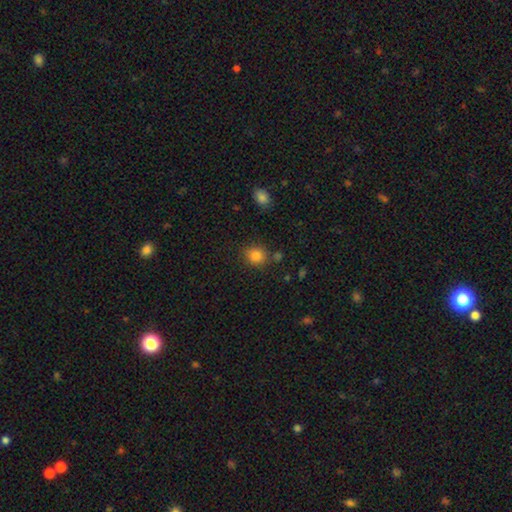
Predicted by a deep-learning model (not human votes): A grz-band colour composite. It shows a smooth galaxy with no disk features (84%) that is round (82%). Merging: none (80%).